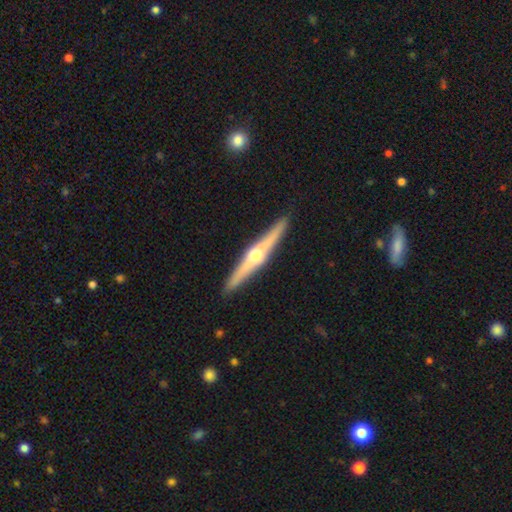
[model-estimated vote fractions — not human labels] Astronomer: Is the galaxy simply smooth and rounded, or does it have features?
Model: featured or disk — 80%.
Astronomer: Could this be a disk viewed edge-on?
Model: yes — 98%.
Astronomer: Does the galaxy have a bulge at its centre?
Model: rounded — 94%.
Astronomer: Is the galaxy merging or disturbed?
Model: none — 91%.